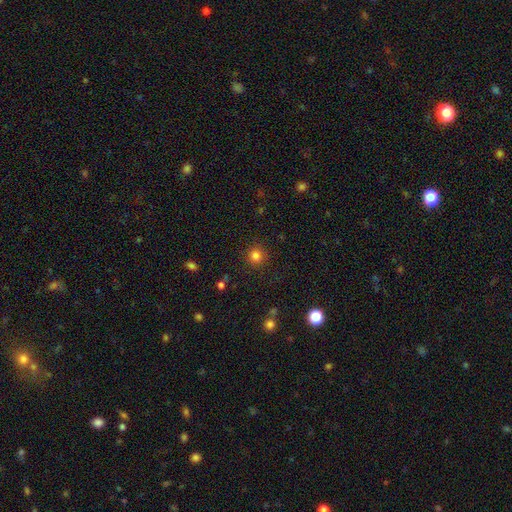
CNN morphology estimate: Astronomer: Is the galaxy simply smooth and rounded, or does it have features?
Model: smooth — 82%.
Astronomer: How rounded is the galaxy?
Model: round — 92%.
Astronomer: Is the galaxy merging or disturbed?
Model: none — 89%.